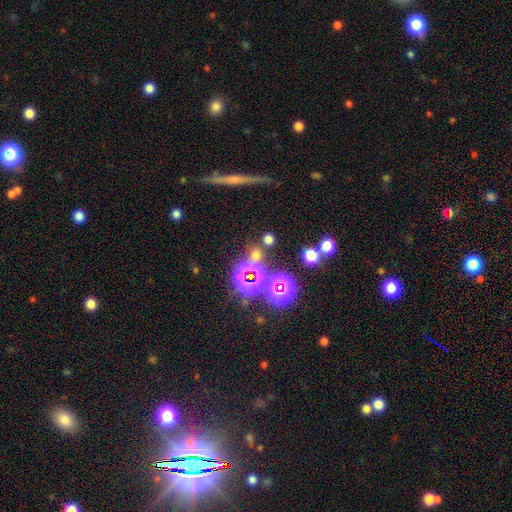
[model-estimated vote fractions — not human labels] Smooth or featured? star or artifact (48%)